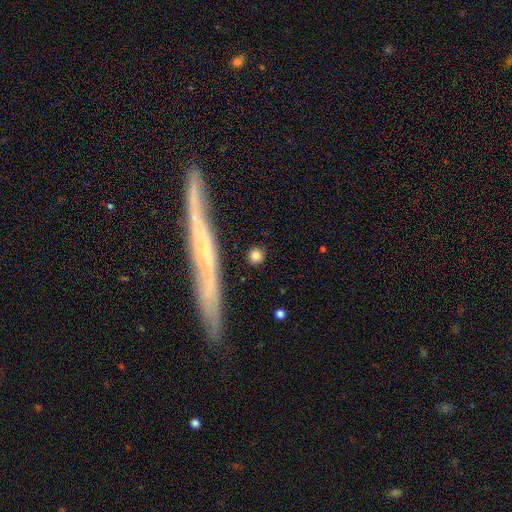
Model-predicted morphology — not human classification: Q: Smooth or featured?
A: smooth (80%); runner-up: featured or disk (10%)
Q: How rounded?
A: round (85%); runner-up: in between (9%)
Q: Merging?
A: none (88%); runner-up: minor disturbance (7%)